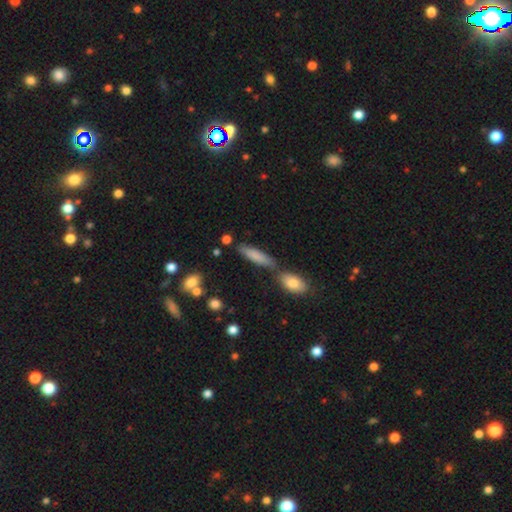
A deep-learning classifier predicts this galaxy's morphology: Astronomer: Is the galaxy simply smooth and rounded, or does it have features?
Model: smooth — 80%.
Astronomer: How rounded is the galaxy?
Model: cigar-shaped — 67%.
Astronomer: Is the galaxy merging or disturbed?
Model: none — 63%.